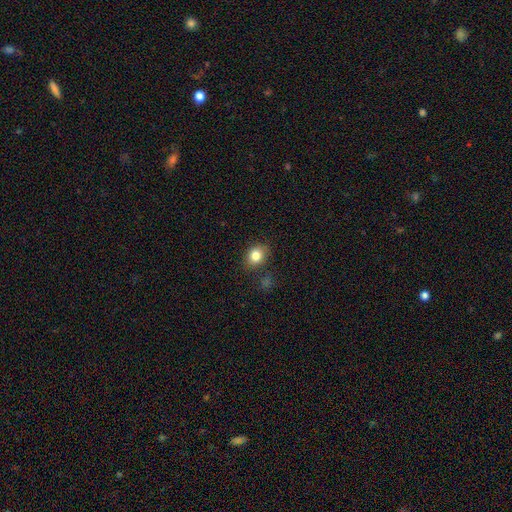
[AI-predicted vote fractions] Overall: smooth (83%). How rounded: round (51%; in between 48%). Merging: none (80%).